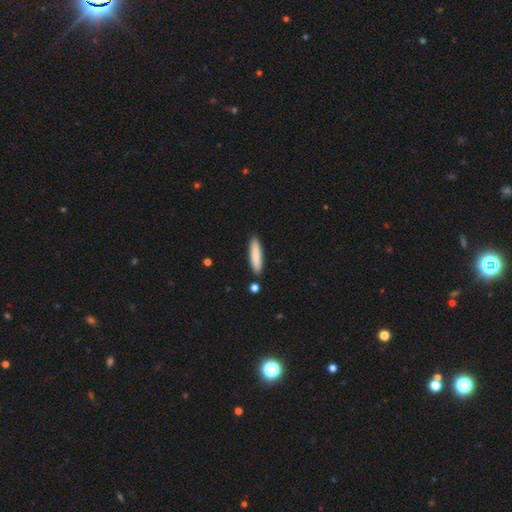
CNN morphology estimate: A smooth galaxy with no disk features (84%) that is cigar-shaped (82%).

Vote fractions:
- Smooth or featured? smooth: 84% / featured or disk: 10% / star or artifact: 6%
- How rounded? cigar-shaped: 82% / in between: 16% / round: 1%
- Merging? none: 88% / minor disturbance: 8% / merger: 3% / major disturbance: 2%